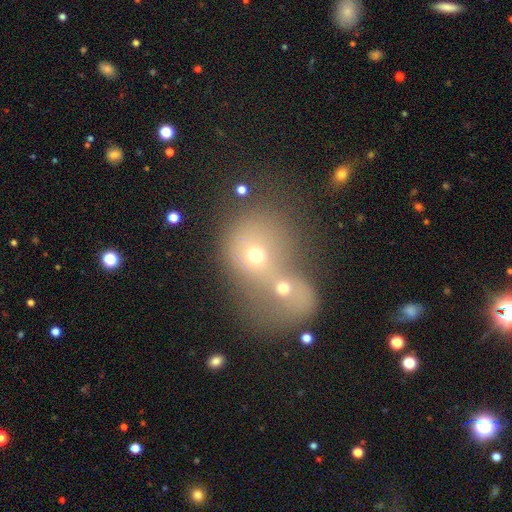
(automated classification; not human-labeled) smooth 61%, featured or disk 23%, star or artifact 16%. Down the decision tree: how rounded — round (65%); merging — merger (79%).